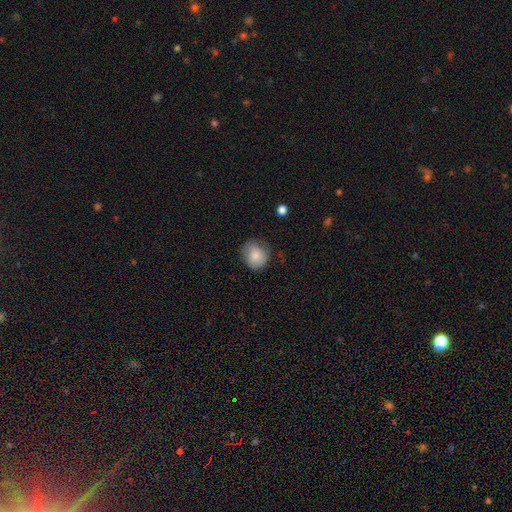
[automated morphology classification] Smooth or featured: smooth — 81% (featured or disk — 12%)
How rounded: round — 77% (in between — 22%)
Merging: none — 67% (minor disturbance — 25%)